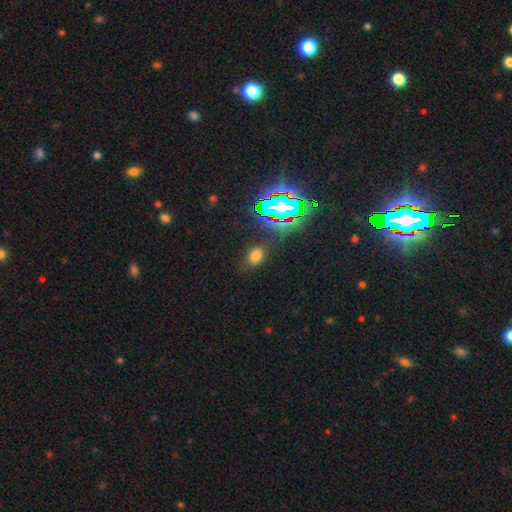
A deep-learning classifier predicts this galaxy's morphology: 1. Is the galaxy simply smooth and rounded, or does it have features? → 63% smooth, 28% star or artifact, 9% featured or disk.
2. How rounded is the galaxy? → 77% in between, 21% round, 2% cigar-shaped.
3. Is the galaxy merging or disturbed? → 80% none, 13% minor disturbance, 5% major disturbance, 2% merger.